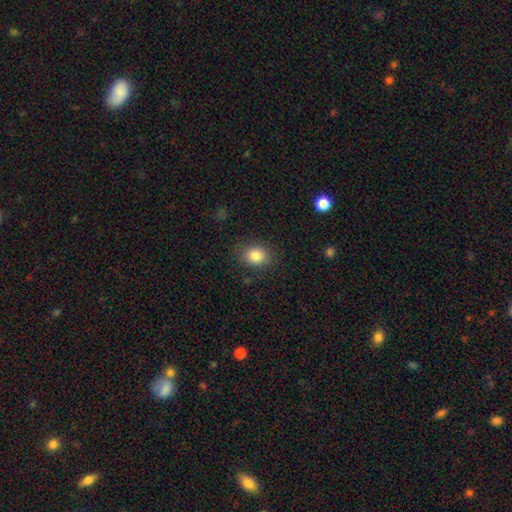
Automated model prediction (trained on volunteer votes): Morphology: type=smooth (84%); roundness=in between (52%); merging=none (84%).